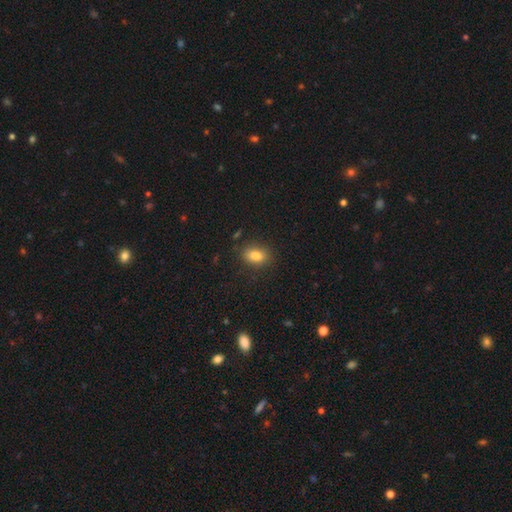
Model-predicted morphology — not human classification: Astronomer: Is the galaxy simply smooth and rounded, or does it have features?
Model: smooth — 82%.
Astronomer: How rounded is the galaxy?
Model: in between — 76%.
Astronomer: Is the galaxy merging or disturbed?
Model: none — 86%.